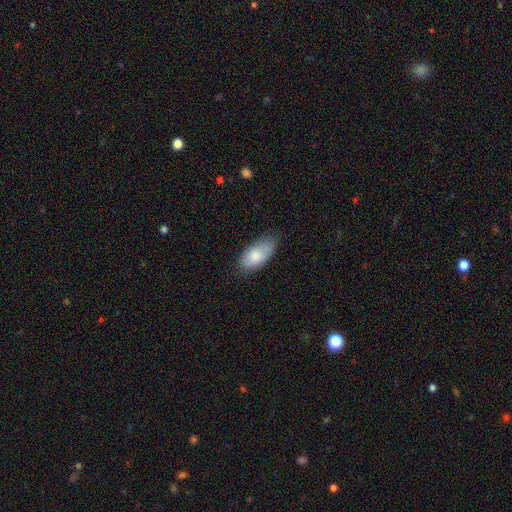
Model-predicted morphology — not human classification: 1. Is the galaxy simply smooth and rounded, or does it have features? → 81% smooth, 12% featured or disk, 6% star or artifact.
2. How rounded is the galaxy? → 91% in between, 6% cigar-shaped, 3% round.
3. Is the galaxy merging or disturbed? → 68% none, 25% minor disturbance, 6% major disturbance, 1% merger.